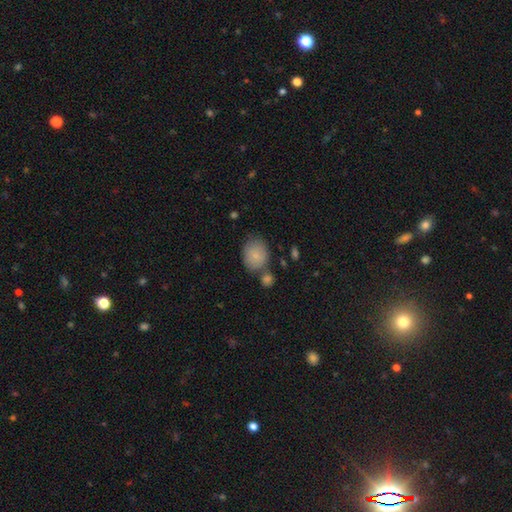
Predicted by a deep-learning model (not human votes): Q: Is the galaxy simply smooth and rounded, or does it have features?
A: smooth — 84%.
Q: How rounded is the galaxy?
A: round — 55%.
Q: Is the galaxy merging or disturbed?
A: none — 63%.